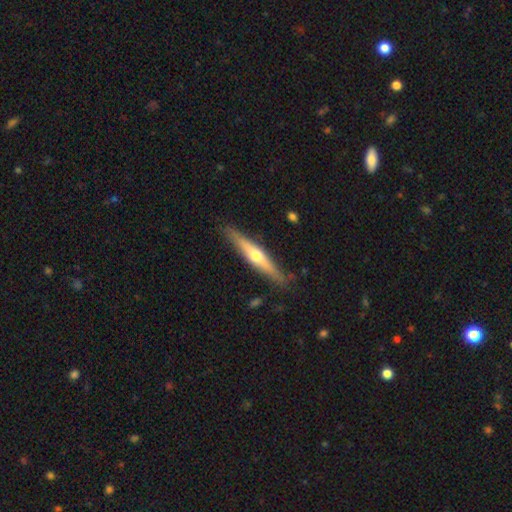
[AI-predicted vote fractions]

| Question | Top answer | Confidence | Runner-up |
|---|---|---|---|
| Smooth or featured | featured or disk | 62% | smooth (32%) |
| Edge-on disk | yes | 95% | no (5%) |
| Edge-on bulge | rounded | 91% | none (6%) |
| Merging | none | 87% | minor disturbance (10%) |